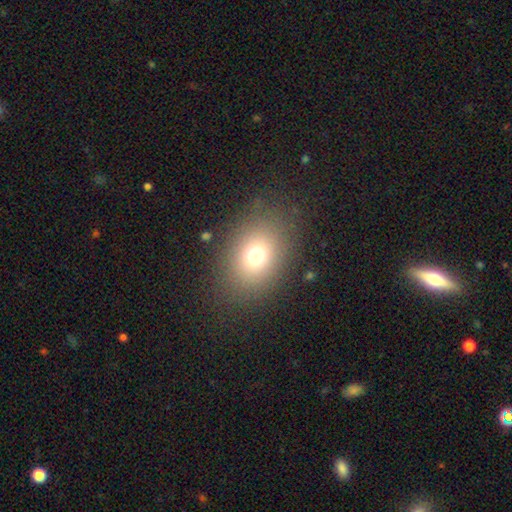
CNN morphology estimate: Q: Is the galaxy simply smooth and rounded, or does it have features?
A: smooth — 71%.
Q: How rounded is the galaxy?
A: in between — 54%.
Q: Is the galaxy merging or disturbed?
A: none — 82%.